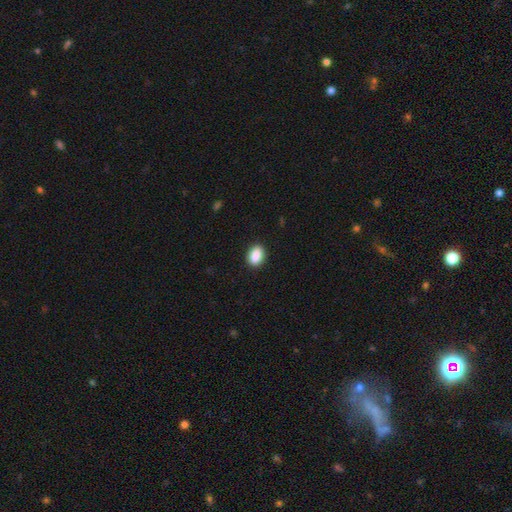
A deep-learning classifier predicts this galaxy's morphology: Smooth or featured? Predicted: smooth (p=0.89). How rounded? Predicted: in between (p=0.84). Merging? Predicted: none (p=0.89).